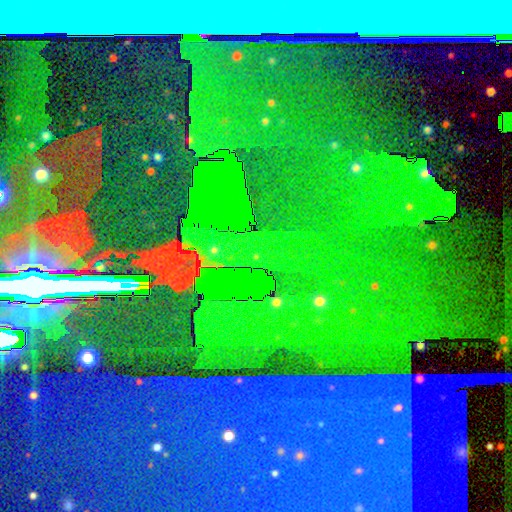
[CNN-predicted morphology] Smooth or featured? Predicted: star or artifact (p=0.84).